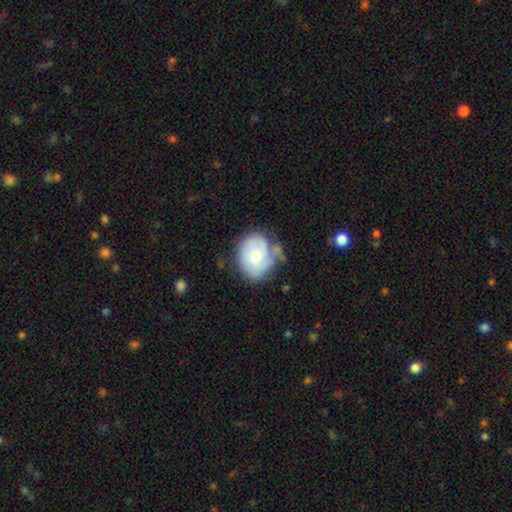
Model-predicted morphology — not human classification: Smooth or featured? Predicted: featured or disk (p=0.56). Edge-on disk? Predicted: no (p=0.98). Bar? Predicted: no (p=0.72). Spiral arms? Predicted: yes (p=0.79). Bulge size? Predicted: moderate (p=0.43). Merging? Predicted: none (p=0.49).